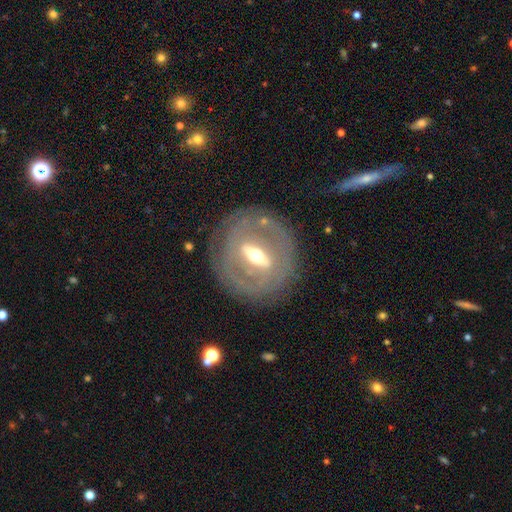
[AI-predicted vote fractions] The model was most divided on "spiral arms": no: 61%, yes: 39%. More confident: edge-on disk — no (82%); merging — none (80%); smooth or featured — featured or disk (72%); bulge size — moderate (66%); bar — strong (57%).